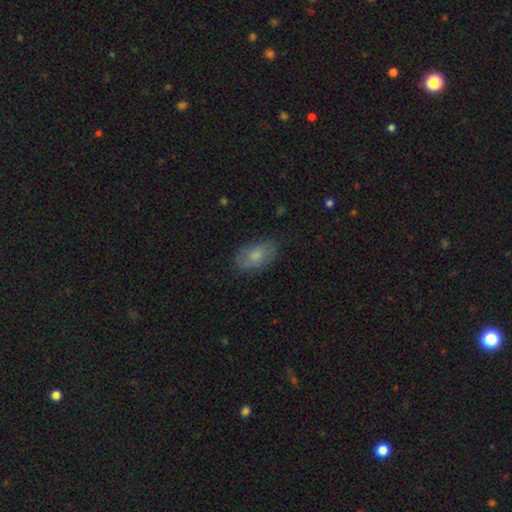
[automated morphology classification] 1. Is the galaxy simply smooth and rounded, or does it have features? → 68% smooth, 24% featured or disk, 8% star or artifact.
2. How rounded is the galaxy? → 91% in between, 7% round, 2% cigar-shaped.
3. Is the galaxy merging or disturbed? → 77% none, 17% minor disturbance, 5% major disturbance, 1% merger.